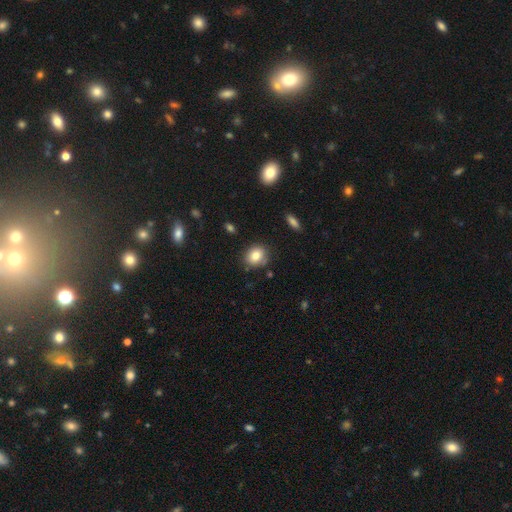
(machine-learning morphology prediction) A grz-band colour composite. It shows a smooth galaxy with no disk features (81%) that is round (57%). Merging: none (81%).